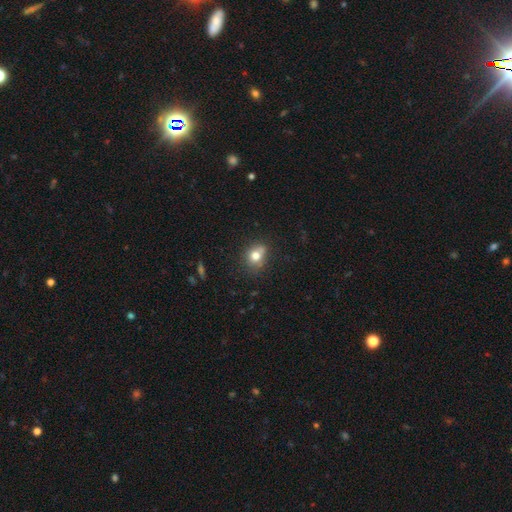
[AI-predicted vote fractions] smooth_or_featured: smooth (p=0.74) [alt: featured or disk p=0.13]
how_rounded: round (p=0.62) [alt: in between p=0.37]
merging: none (p=0.55) [alt: minor disturbance p=0.23]